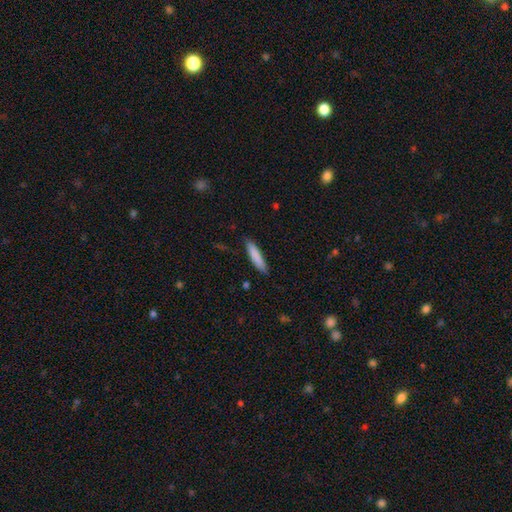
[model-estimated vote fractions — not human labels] This appears to be a smooth galaxy with no disk features (85%) that is cigar-shaped (83%). Merging: none (85%).